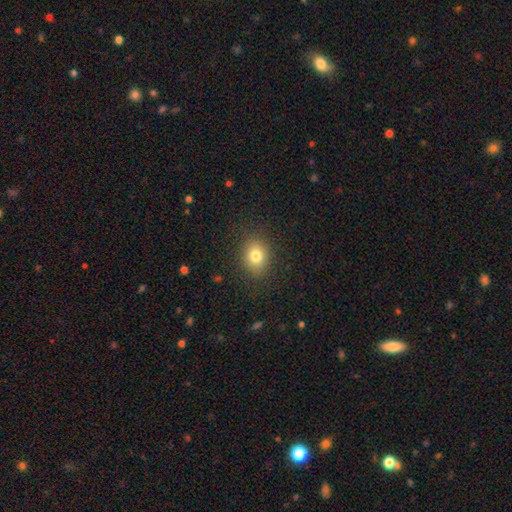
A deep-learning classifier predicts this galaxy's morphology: Smooth or featured: smooth — 80% (star or artifact — 12%)
How rounded: round — 57% (in between — 42%)
Merging: none — 86% (minor disturbance — 9%)